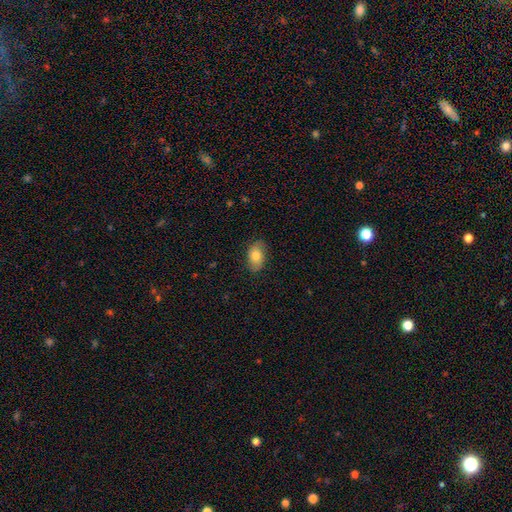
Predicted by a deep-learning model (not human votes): Overall: smooth (77%). How rounded: in between (89%). Merging: none (81%).